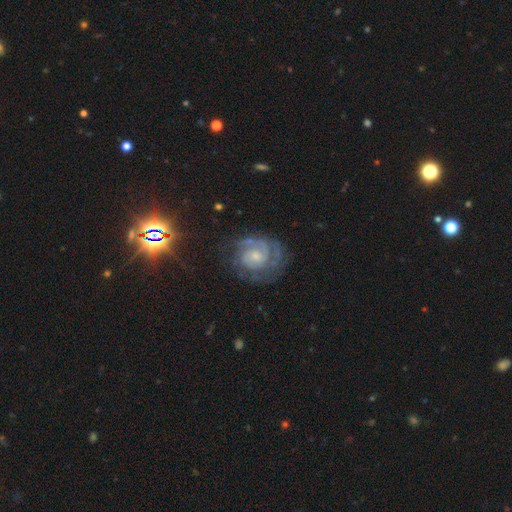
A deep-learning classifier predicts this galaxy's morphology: featured or disk 84%, smooth 9%, star or artifact 7%. Down the decision tree: edge-on disk — no (98%); bar — no (67%); spiral arms — yes (96%); spiral arm count — 2 (47%); spiral winding — tight (63%); bulge size — small (58%); merging — none (70%).